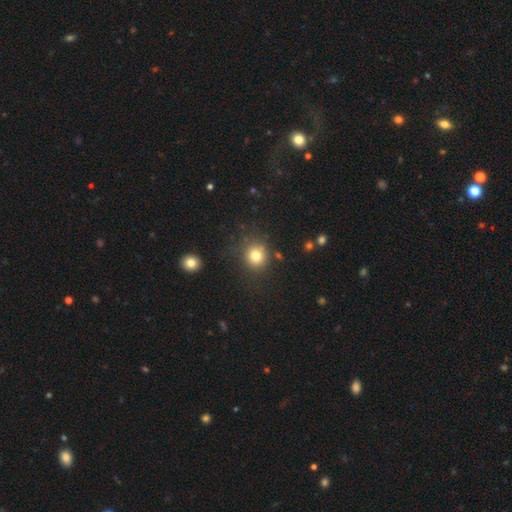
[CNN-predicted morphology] The model was most divided on "smooth or featured": smooth: 79%, star or artifact: 13%, featured or disk: 8%. More confident: how rounded — round (86%); merging — none (80%).